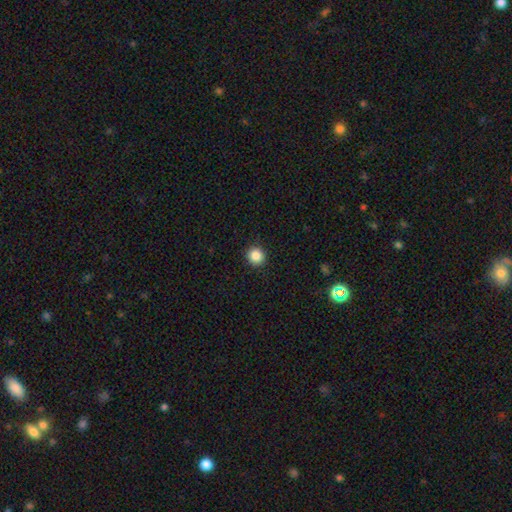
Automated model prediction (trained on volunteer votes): Smooth or featured?
  - smooth: 86% *
  - star or artifact: 10%
  - featured or disk: 4%
How rounded?
  - round: 92% *
  - in between: 7%
  - cigar-shaped: 1%
Merging?
  - none: 92% *
  - minor disturbance: 5%
  - major disturbance: 2%
  - merger: 1%